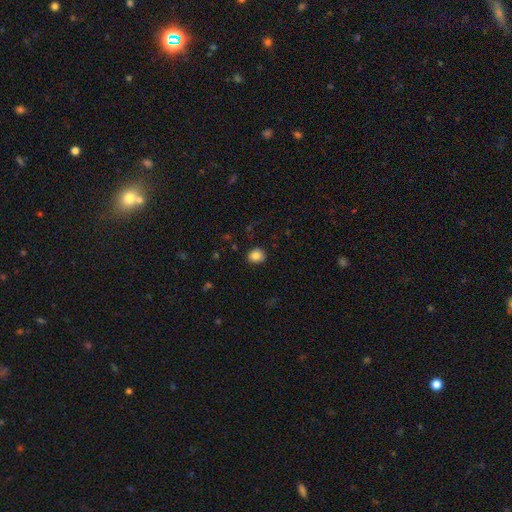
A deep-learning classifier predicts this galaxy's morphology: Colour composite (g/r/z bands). It shows a smooth galaxy with no disk features (85%) that is round (73%). Merging: none (85%).